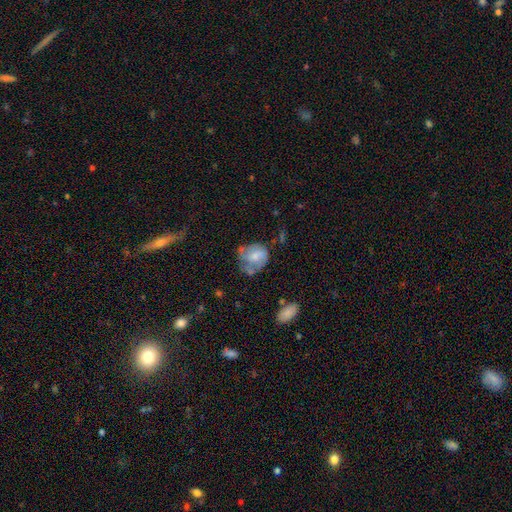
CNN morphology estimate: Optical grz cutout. It shows a featured or disk galaxy (48%). Merging: none (41%).